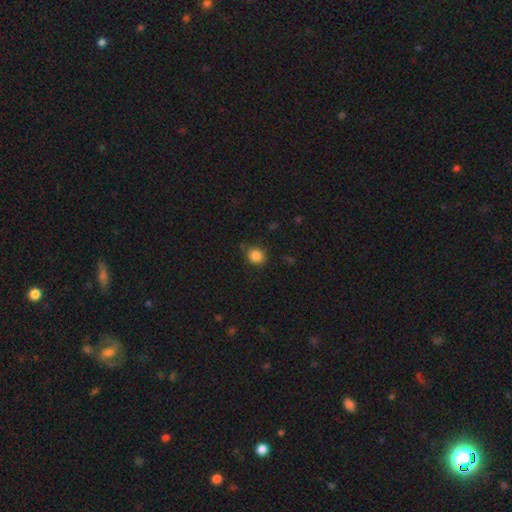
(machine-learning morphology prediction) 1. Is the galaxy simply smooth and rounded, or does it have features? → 85% smooth, 11% star or artifact, 5% featured or disk.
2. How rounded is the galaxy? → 75% round, 24% in between, 1% cigar-shaped.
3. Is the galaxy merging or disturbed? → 81% none, 14% minor disturbance, 3% major disturbance, 2% merger.